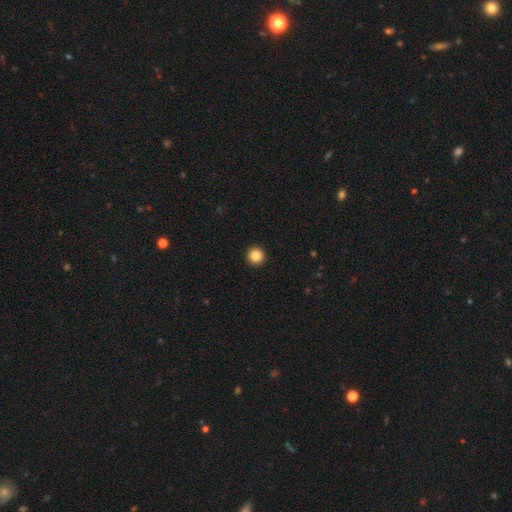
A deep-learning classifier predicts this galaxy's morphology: This appears to be a smooth galaxy with no disk features (85%) that is round (96%). Merging: none (94%).